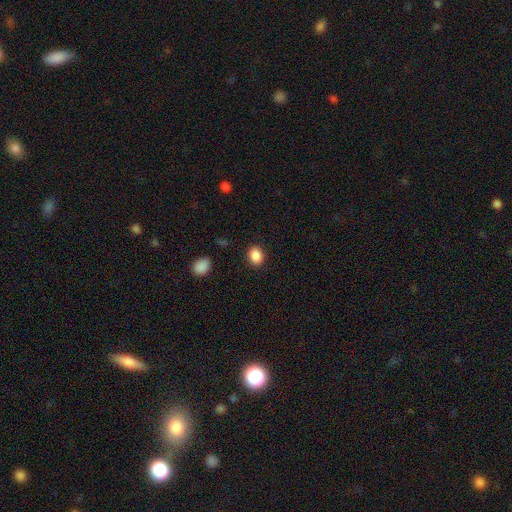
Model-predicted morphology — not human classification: This appears to be a smooth galaxy with no disk features (88%) that is in between round and cigar-shaped (56%). Merging: none (88%).